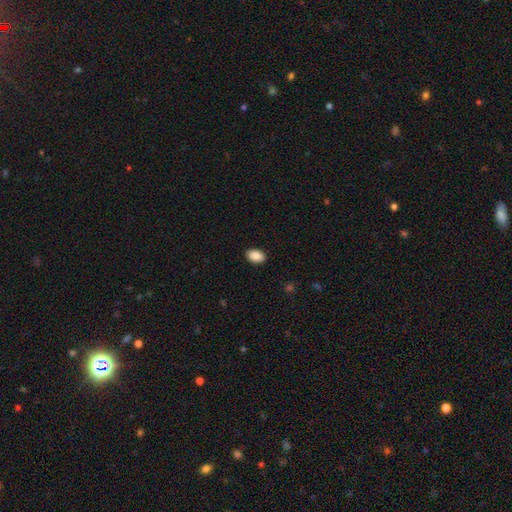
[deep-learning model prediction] smooth 89%, star or artifact 7%, featured or disk 3%. Down the decision tree: how rounded — in between (90%); merging — none (89%).